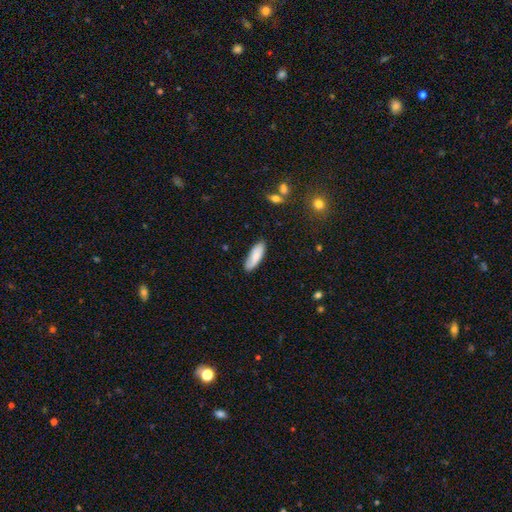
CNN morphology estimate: This appears to be a smooth galaxy with no disk features (77%) that is in between round and cigar-shaped (60%). Merging: none (80%).